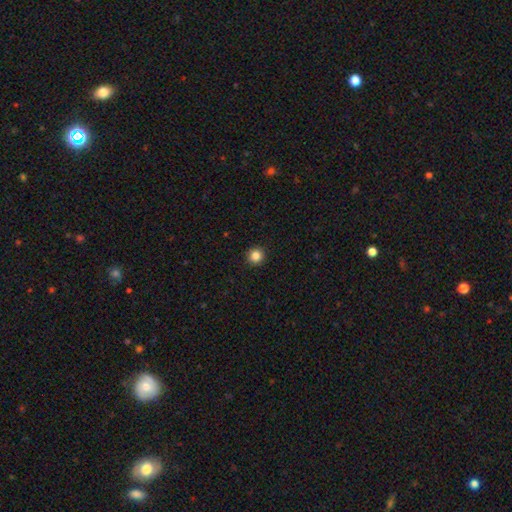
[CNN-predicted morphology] smooth-or-featured: smooth: 85% | star or artifact: 11% | featured or disk: 4%
  how-rounded: round: 95% | in between: 4% | cigar-shaped: 1%
  merging: none: 93% | minor disturbance: 4% | major disturbance: 1% | merger: 1%